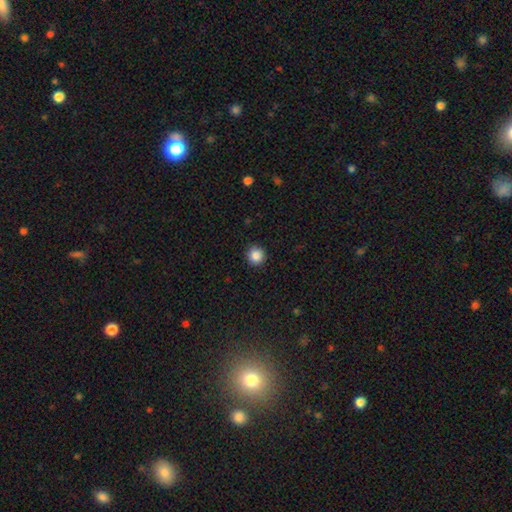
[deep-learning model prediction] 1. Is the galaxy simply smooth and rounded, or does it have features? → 86% smooth, 10% star or artifact, 4% featured or disk.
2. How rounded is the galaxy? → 95% round, 4% in between, 1% cigar-shaped.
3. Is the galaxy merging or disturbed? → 93% none, 5% minor disturbance, 2% major disturbance, 1% merger.